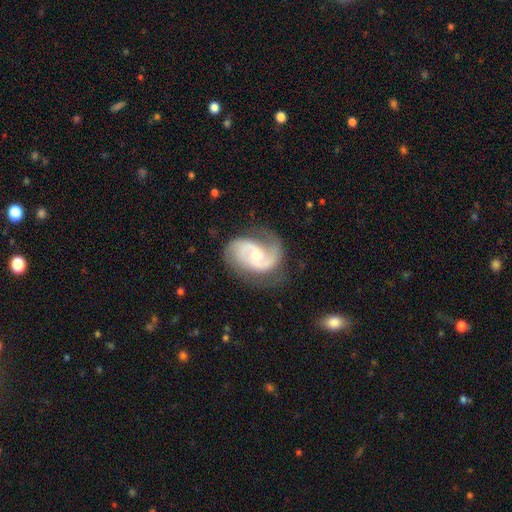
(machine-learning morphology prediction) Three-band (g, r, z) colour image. It shows a featured or disk galaxy (89%) with a weak bar (45%), 2 (85%) medium (54%) spiral arms (98%) and a moderate central bulge (51%). Merging: none (70%).